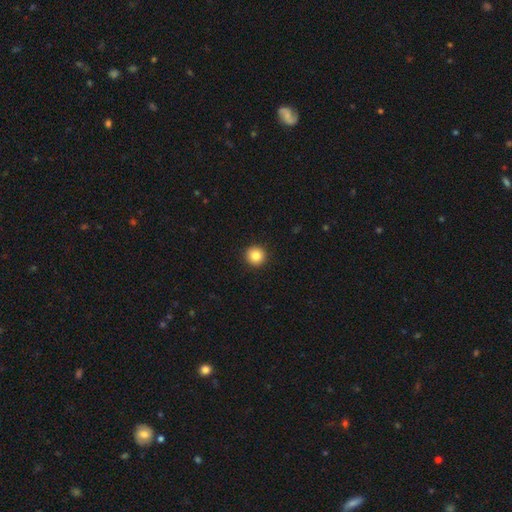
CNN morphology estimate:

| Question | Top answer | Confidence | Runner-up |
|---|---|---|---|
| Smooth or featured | smooth | 85% | star or artifact (10%) |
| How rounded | round | 95% | in between (4%) |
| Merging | none | 93% | minor disturbance (4%) |